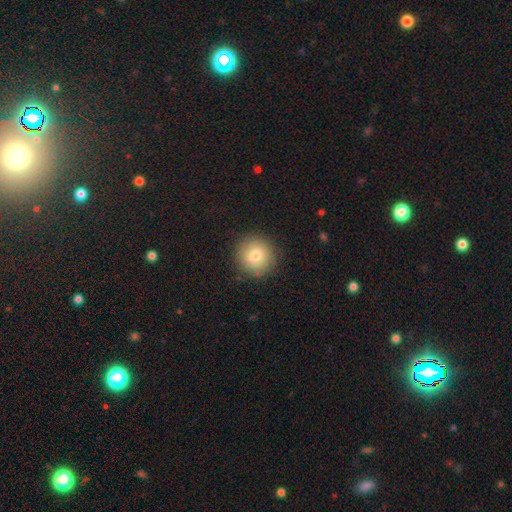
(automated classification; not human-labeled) This appears to be a smooth galaxy with no disk features (80%) that is round (94%). Merging: none (89%).